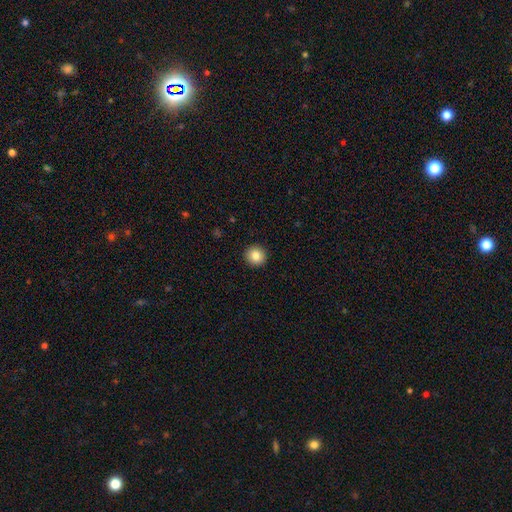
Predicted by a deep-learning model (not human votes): Morphology: type=smooth (86%); roundness=round (94%); merging=none (93%).